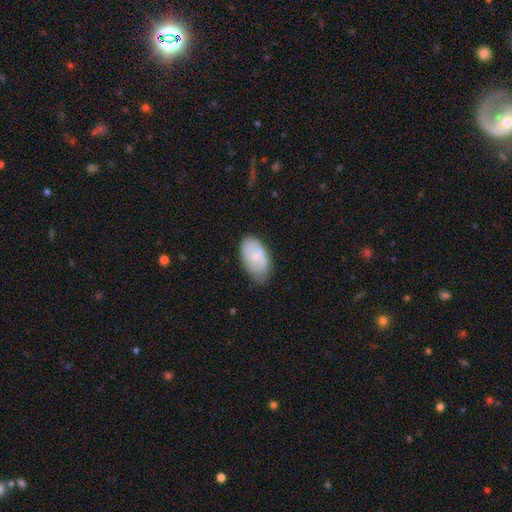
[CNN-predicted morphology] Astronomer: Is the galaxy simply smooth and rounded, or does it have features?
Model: smooth — 64%.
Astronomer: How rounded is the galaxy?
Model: in between — 94%.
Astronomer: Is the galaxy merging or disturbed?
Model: none — 65%.